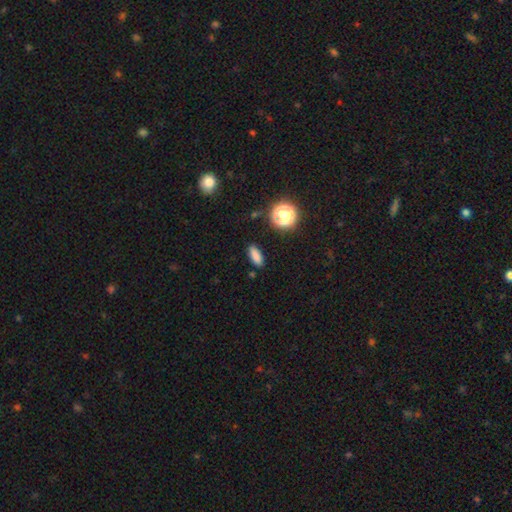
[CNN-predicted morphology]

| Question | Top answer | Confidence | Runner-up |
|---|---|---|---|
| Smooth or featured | smooth | 83% | star or artifact (12%) |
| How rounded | in between | 70% | cigar-shaped (23%) |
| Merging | none | 87% | minor disturbance (9%) |